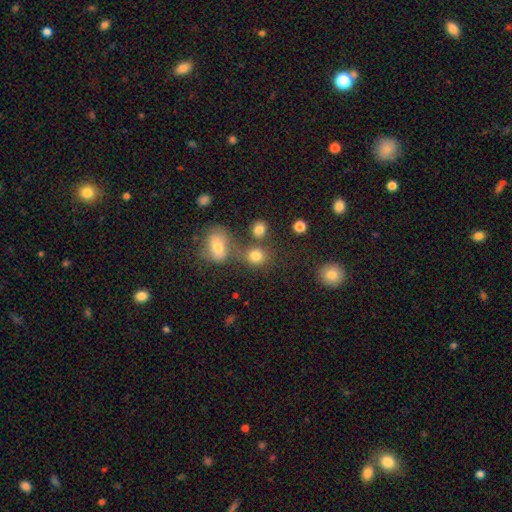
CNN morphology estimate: Smooth or featured? smooth (79%)
How rounded? round (73%)
Merging? none (54%)